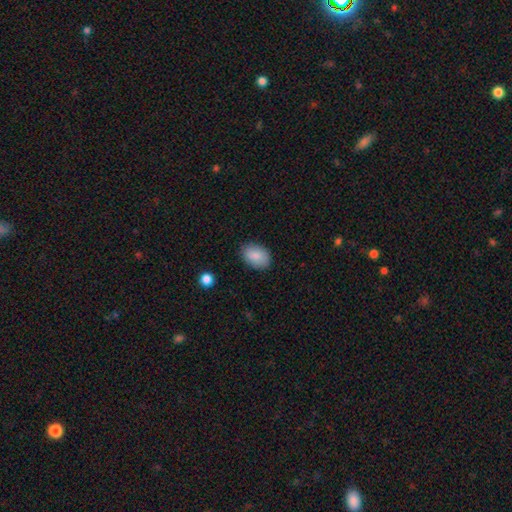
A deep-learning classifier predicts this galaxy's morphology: type=smooth (87%); roundness=in between (86%); merging=none (85%).